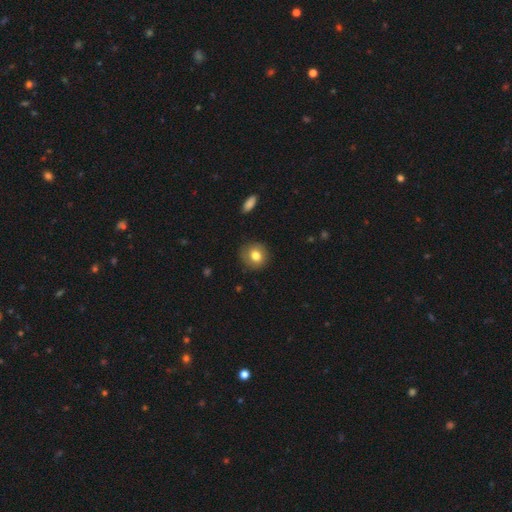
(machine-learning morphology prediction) smooth-or-featured: smooth: 79% | featured or disk: 12% | star or artifact: 9%
  how-rounded: round: 85% | in between: 14% | cigar-shaped: 1%
  merging: none: 87% | minor disturbance: 9% | major disturbance: 2% | merger: 1%